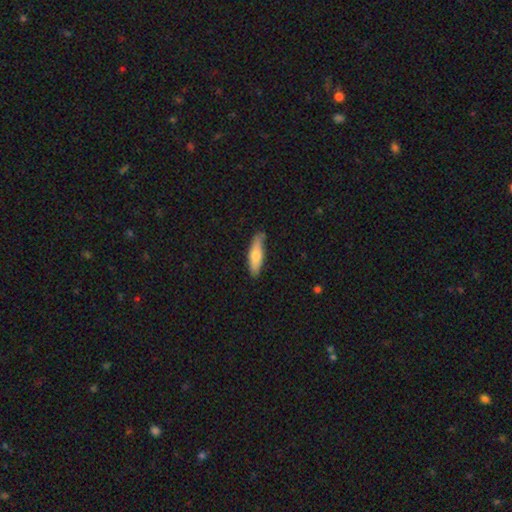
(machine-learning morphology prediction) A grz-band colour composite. It shows a smooth galaxy with no disk features (69%) that is cigar-shaped (63%). Merging: none (77%).